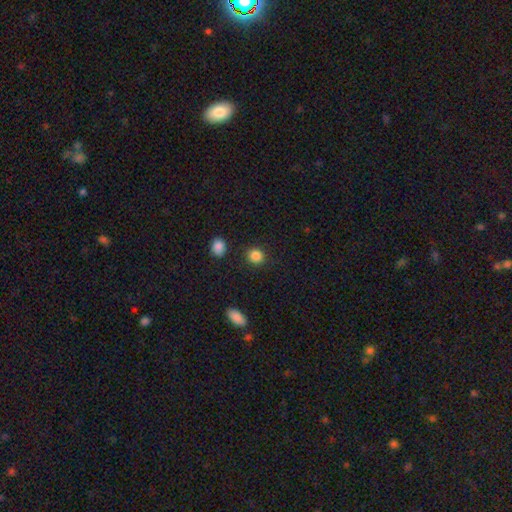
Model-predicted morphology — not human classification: This is clearly a smooth galaxy (86%). How rounded: clearly round (83%). Merging: clearly none (88%).